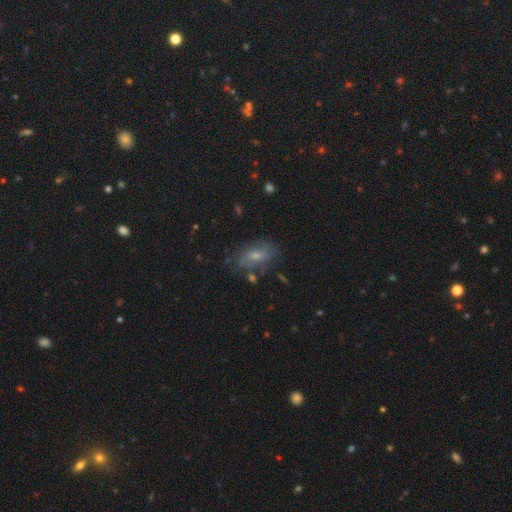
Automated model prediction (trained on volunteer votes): smooth 40% (tied), featured or disk 40% (tied), star or artifact 20%. Down the decision tree: merging — none (70%).